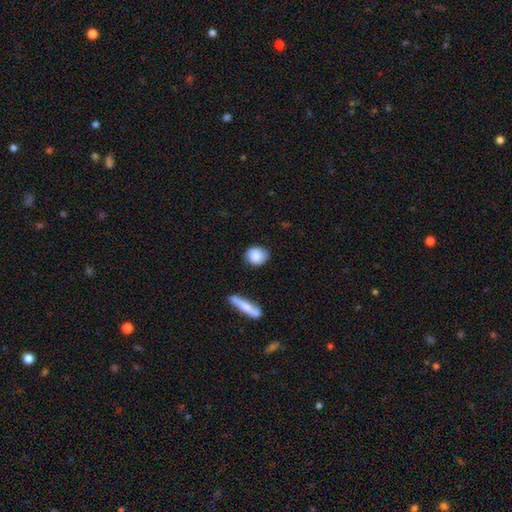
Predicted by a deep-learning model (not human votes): smooth-or-featured: smooth: 86% | featured or disk: 7% | star or artifact: 7%
  how-rounded: round: 67% | in between: 30% | cigar-shaped: 2%
  merging: none: 76% | minor disturbance: 18% | major disturbance: 4% | merger: 3%